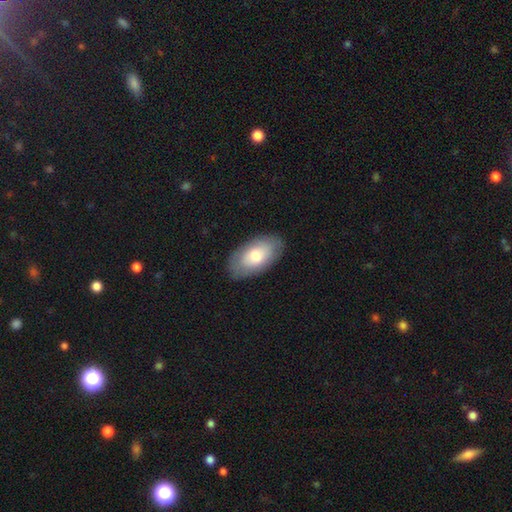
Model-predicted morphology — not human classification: Q: Smooth or featured?
A: smooth (72%); runner-up: featured or disk (22%)
Q: How rounded?
A: in between (94%); runner-up: round (4%)
Q: Merging?
A: none (85%); runner-up: minor disturbance (11%)